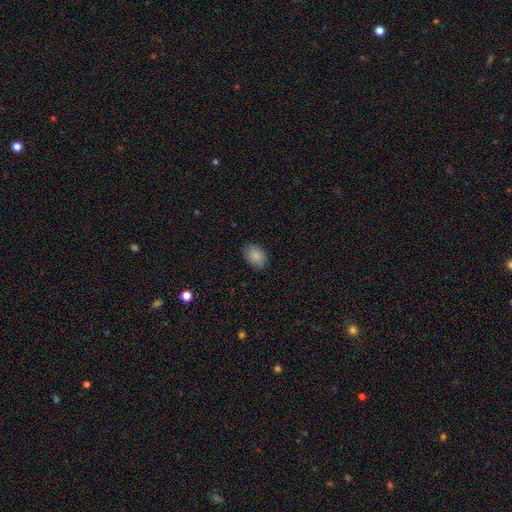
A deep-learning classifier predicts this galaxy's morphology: The model was most divided on "how rounded": in between: 78%, round: 21%, cigar-shaped: 1%. More confident: smooth or featured — smooth (87%); merging — none (84%).